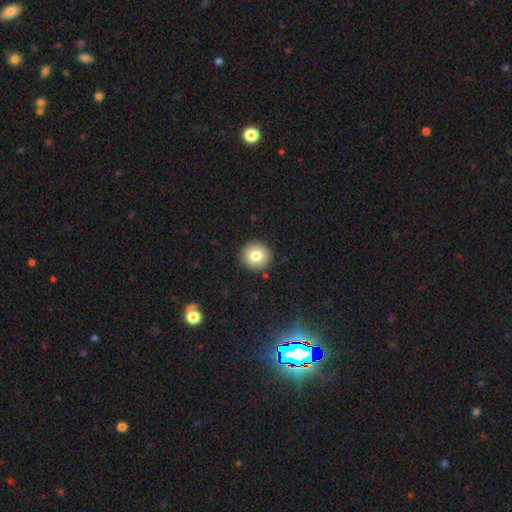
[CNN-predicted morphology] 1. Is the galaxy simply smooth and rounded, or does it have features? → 80% smooth, 11% featured or disk, 10% star or artifact.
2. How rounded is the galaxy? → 93% round, 6% in between, 1% cigar-shaped.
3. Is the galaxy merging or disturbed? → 91% none, 6% minor disturbance, 2% major disturbance, 1% merger.